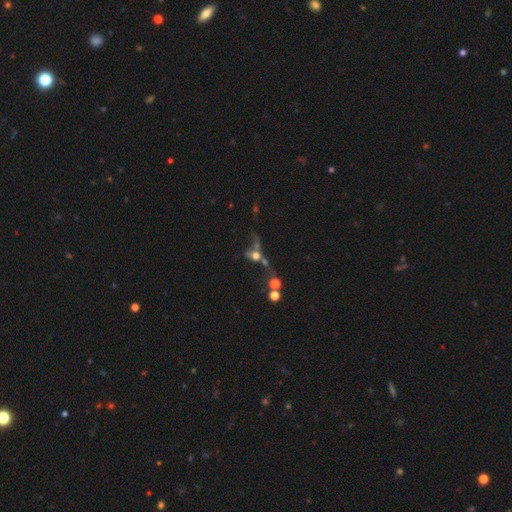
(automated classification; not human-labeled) This appears to be a smooth galaxy with no disk features (47%). Merging: merger (47%).